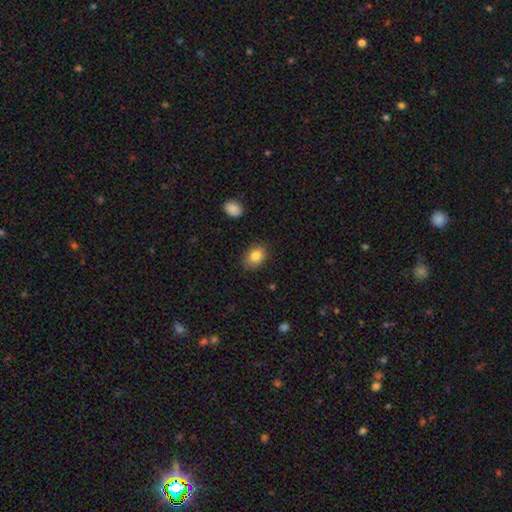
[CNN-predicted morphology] Overall: smooth (84%). How rounded: in between (69%; round 30%). Merging: none (85%).